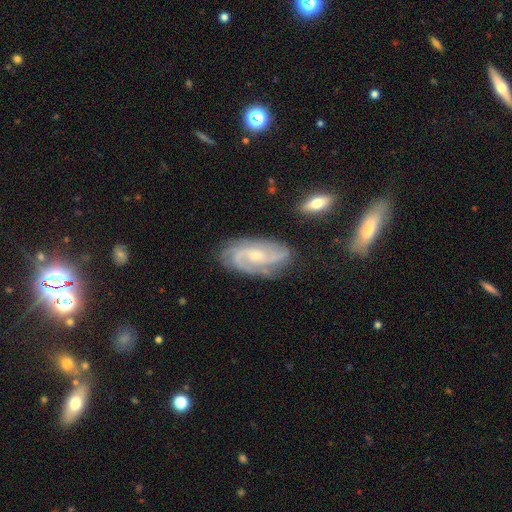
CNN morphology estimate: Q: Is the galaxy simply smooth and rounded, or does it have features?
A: featured or disk — 87%.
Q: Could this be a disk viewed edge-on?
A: no — 96%.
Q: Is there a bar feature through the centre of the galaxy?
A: no — 55%.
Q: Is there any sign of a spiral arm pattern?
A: yes — 97%.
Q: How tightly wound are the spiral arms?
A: medium — 45%.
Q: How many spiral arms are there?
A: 2 — 39%.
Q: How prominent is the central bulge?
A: small — 66%.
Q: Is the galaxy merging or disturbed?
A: none — 75%.